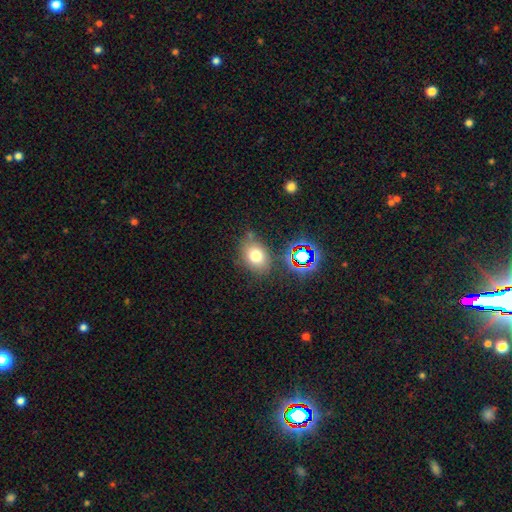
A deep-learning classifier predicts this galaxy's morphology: Smooth or featured? Predicted: smooth (p=0.71). How rounded? Predicted: in between (p=0.56). Merging? Predicted: none (p=0.73).